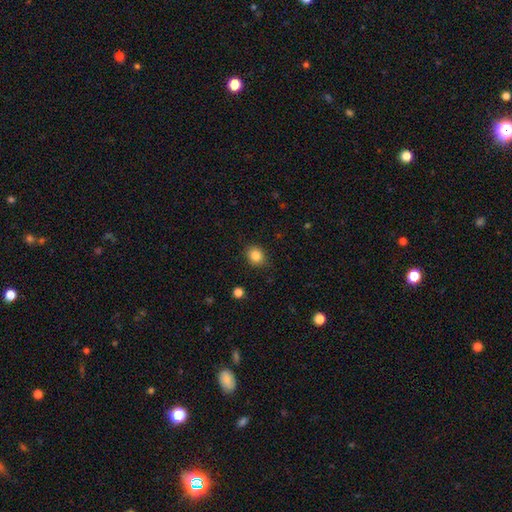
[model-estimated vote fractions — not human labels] The model was most divided on "how rounded": round: 64%, in between: 36%, cigar-shaped: 1%. More confident: merging — none (85%); smooth or featured — smooth (85%).